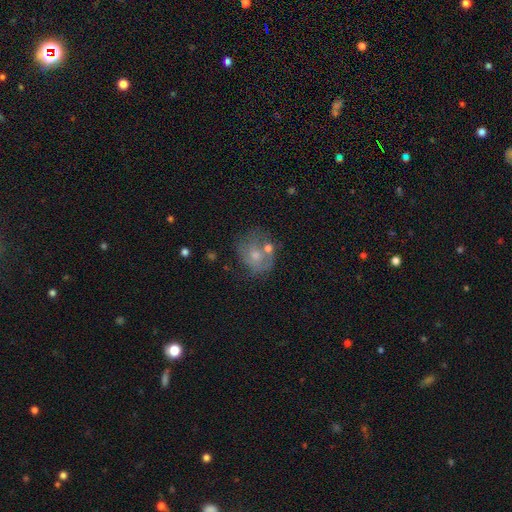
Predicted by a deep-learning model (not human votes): A featured or disk galaxy (49%).

Vote fractions:
- Smooth or featured? featured or disk: 49% / smooth: 40% / star or artifact: 11%
- Merging? none: 43% / minor disturbance: 22% / merger: 21% / major disturbance: 15%